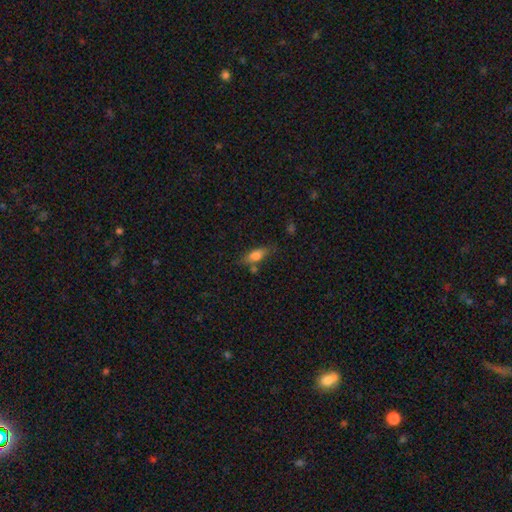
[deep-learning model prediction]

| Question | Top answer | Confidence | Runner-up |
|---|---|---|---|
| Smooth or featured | smooth | 75% | featured or disk (17%) |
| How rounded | in between | 73% | cigar-shaped (23%) |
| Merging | none | 67% | minor disturbance (18%) |